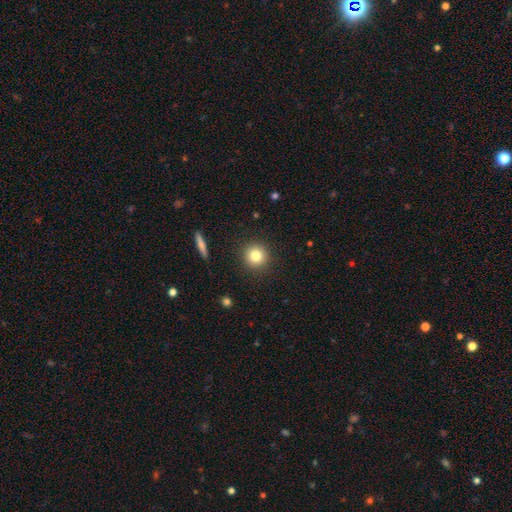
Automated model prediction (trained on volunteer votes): Morphology: type=smooth (80%); roundness=round (94%); merging=none (91%).